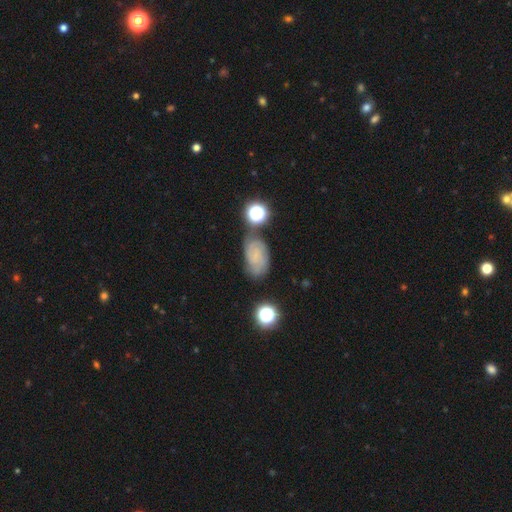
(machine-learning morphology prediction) A featured or disk galaxy (48%). Merging: none (58%).